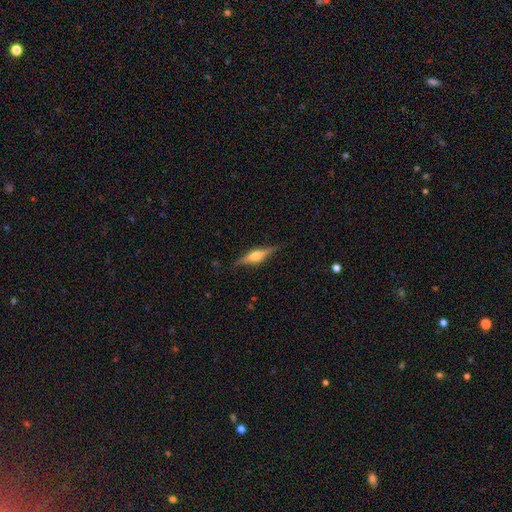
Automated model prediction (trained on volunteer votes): Morphology: type=featured or disk (68%); edge-on=yes (96%); edge-on bulge=rounded (87%); merging=none (84%).